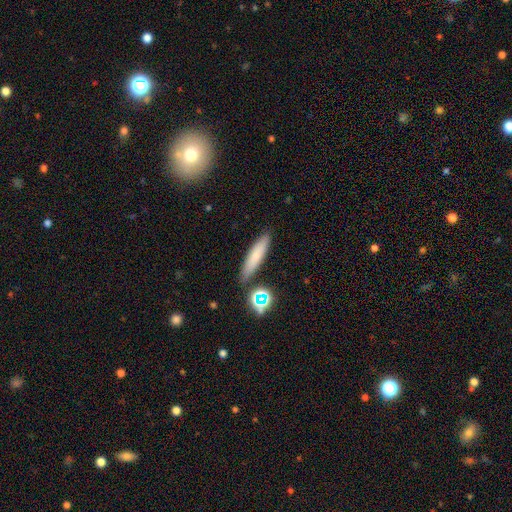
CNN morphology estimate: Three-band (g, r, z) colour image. It shows a smooth galaxy with no disk features (74%) that is cigar-shaped (82%). Merging: none (83%).